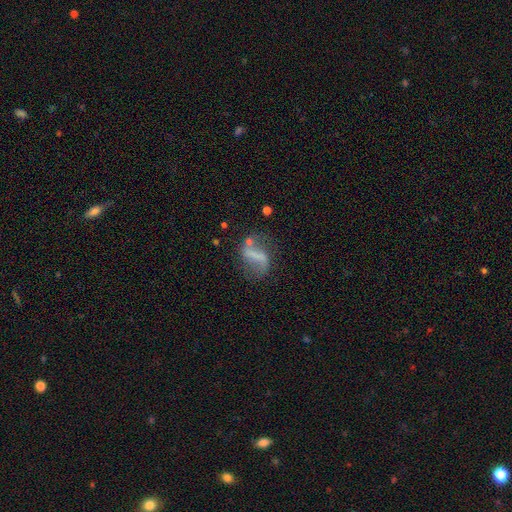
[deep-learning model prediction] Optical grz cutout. It shows a featured or disk galaxy (57%) with a strong bar (58%), spiral arms (58%) and no central bulge (65%). Merging: none (49%).